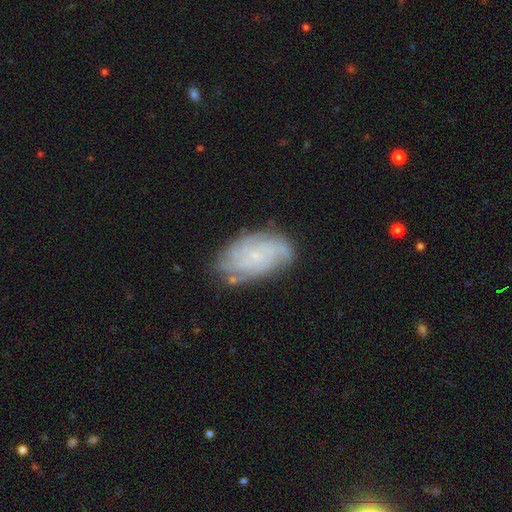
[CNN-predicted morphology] Smooth or featured: featured or disk — 72% (smooth — 19%)
Edge-on disk: no — 96% (yes — 4%)
Bar: no — 76% (weak — 21%)
Spiral arms: yes — 93% (no — 7%)
Spiral winding: tight — 61% (medium — 29%)
Spiral arm count: can't tell — 38% (4 — 22%)
Bulge size: small — 77% (none — 11%)
Merging: none — 74% (minor disturbance — 19%)